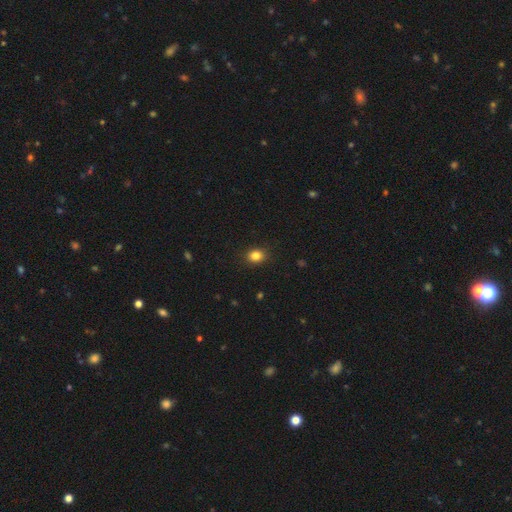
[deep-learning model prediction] The model was most divided on "how rounded": round: 59%, in between: 40%, cigar-shaped: 1%. More confident: merging — none (89%); smooth or featured — smooth (84%).